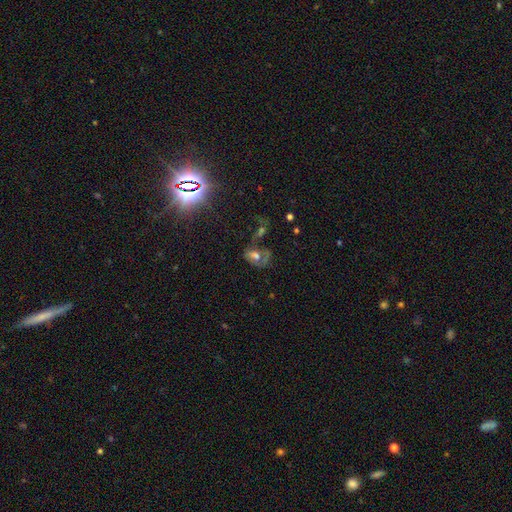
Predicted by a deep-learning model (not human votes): A smooth galaxy with no disk features (41%).

Vote fractions:
- Smooth or featured? smooth: 41% / featured or disk: 38% / star or artifact: 20%
- Merging? none: 31% / merger: 27% / major disturbance: 25% / minor disturbance: 17%